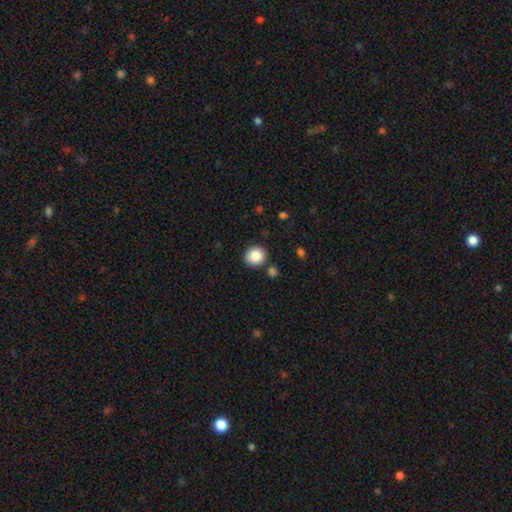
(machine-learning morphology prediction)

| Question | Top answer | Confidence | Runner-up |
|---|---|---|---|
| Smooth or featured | smooth | 85% | star or artifact (9%) |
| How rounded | round | 84% | in between (15%) |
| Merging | none | 83% | minor disturbance (9%) |